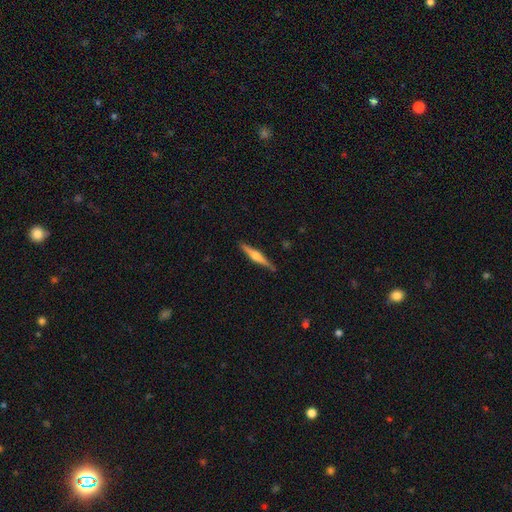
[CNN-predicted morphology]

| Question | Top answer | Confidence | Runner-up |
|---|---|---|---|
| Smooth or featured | featured or disk | 71% | smooth (24%) |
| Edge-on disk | yes | 98% | no (2%) |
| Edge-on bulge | rounded | 85% | boxy (11%) |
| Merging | none | 89% | minor disturbance (8%) |